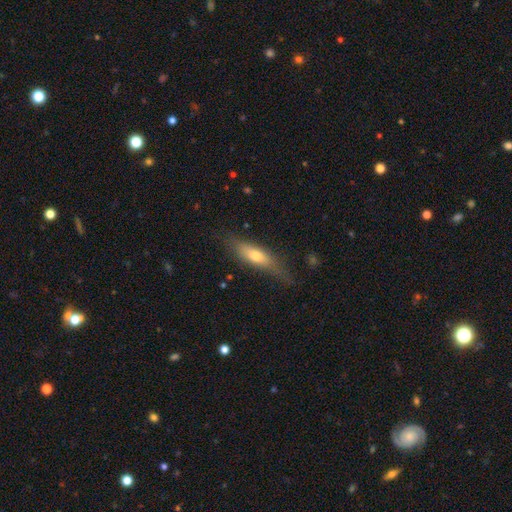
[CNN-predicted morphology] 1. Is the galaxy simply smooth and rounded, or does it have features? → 57% smooth, 36% featured or disk, 7% star or artifact.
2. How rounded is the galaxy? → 61% cigar-shaped, 36% in between, 3% round.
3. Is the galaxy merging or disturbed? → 70% none, 21% minor disturbance, 7% major disturbance, 2% merger.